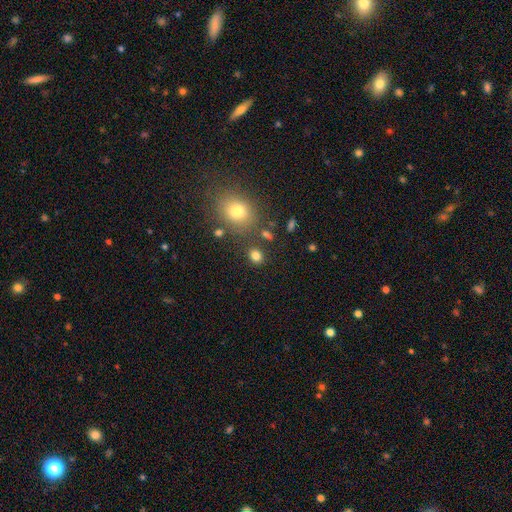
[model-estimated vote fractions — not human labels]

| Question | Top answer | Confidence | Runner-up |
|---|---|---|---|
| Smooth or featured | smooth | 81% | star or artifact (14%) |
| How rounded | round | 64% | in between (35%) |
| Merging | none | 80% | minor disturbance (10%) |